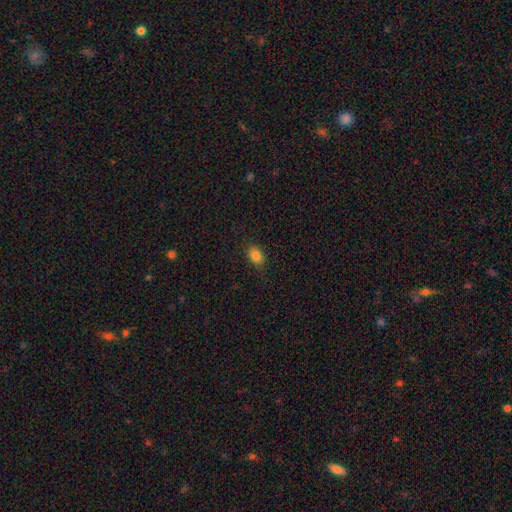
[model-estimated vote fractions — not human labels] The model was most divided on "how rounded": in between: 73%, round: 26%, cigar-shaped: 1%. More confident: smooth or featured — smooth (83%); merging — none (83%).